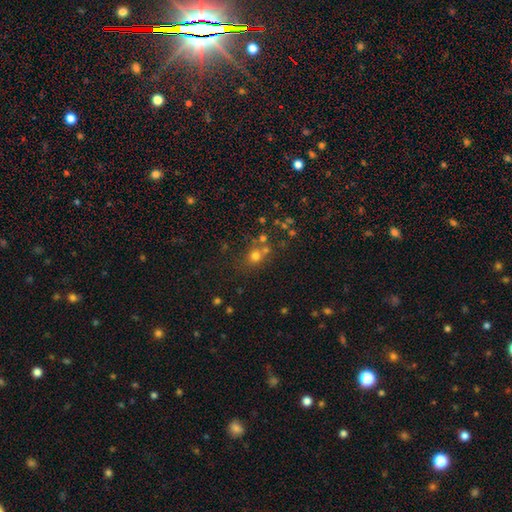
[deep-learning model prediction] smooth_or_featured: smooth (p=0.65) [alt: star or artifact p=0.23]
how_rounded: round (p=0.82) [alt: in between p=0.17]
merging: none (p=0.57) [alt: merger p=0.28]